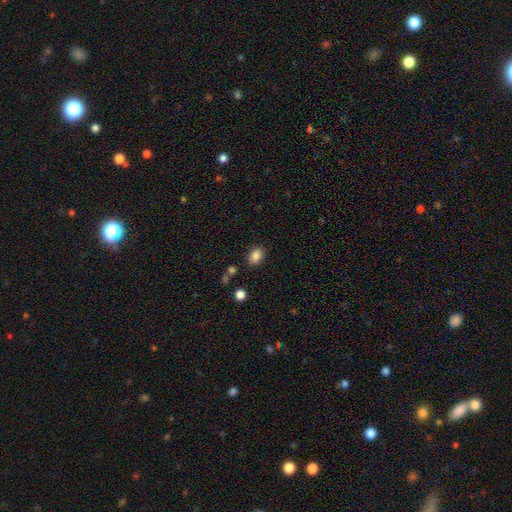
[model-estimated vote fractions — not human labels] Smooth or featured? Predicted: smooth (p=0.86). How rounded? Predicted: in between (p=0.73). Merging? Predicted: none (p=0.84).